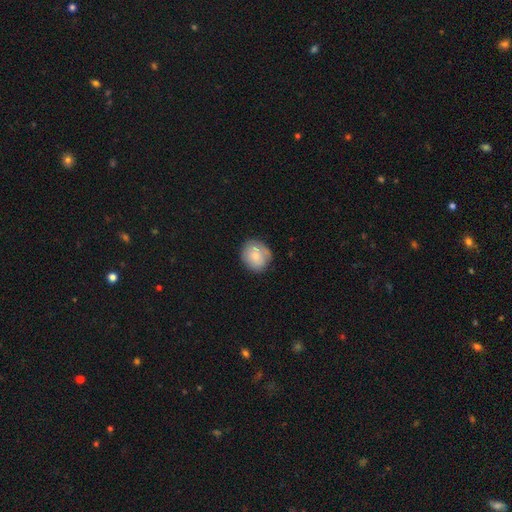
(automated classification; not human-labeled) This appears to be a smooth galaxy with no disk features (72%) that is round (77%). Merging: none (76%).